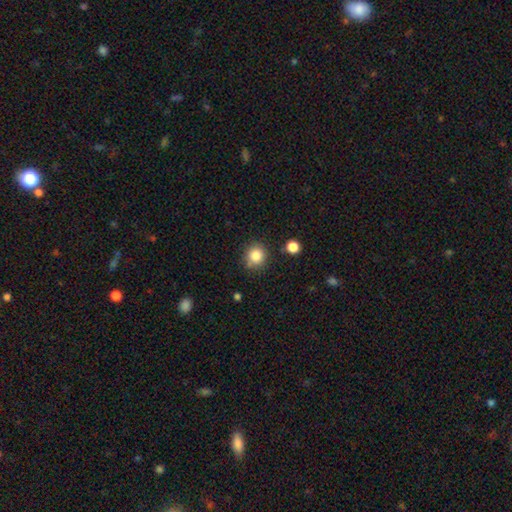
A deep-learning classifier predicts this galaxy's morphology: This is clearly a smooth galaxy (84%). How rounded: clearly round (89%). Merging: clearly none (81%).